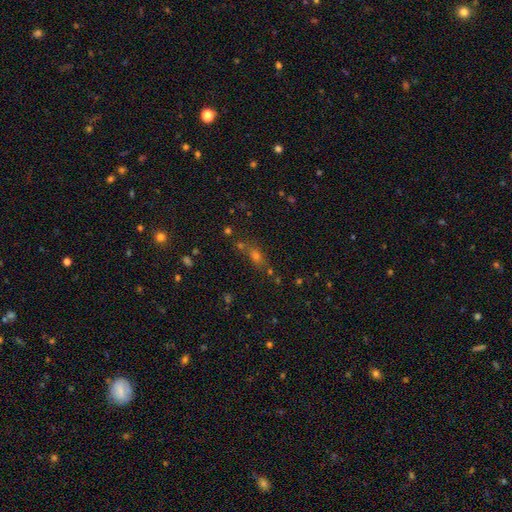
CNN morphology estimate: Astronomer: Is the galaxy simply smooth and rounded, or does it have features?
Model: smooth — 50% (runner-up: star or artifact, 36%).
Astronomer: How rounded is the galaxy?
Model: round — 45% (runner-up: in between, 41%).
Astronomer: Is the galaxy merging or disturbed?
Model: none — 61%.